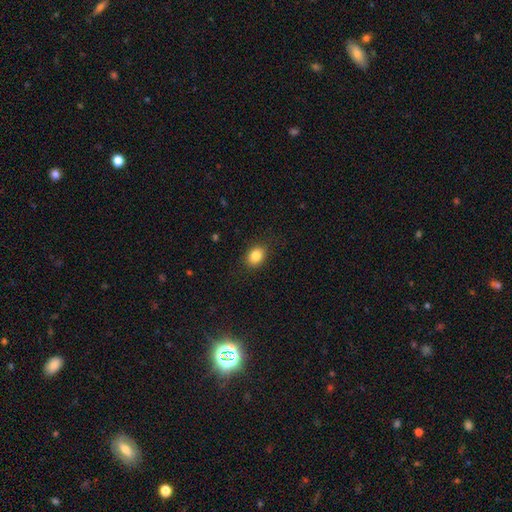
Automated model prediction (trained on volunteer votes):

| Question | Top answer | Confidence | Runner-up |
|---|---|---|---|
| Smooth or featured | smooth | 84% | star or artifact (9%) |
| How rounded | in between | 66% | round (33%) |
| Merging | none | 87% | minor disturbance (10%) |